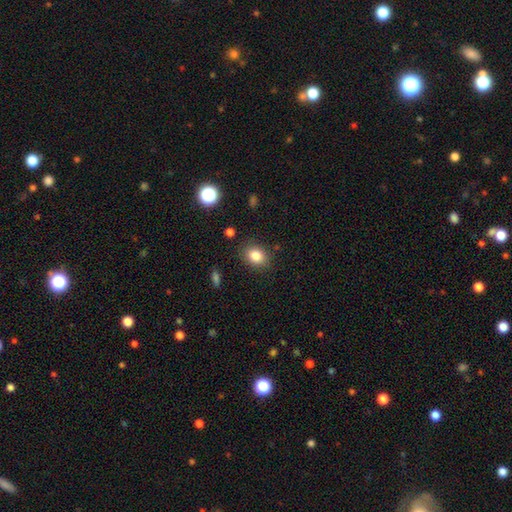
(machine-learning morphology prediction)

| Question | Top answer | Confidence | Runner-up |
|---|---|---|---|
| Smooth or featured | smooth | 83% | star or artifact (10%) |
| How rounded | in between | 57% | round (42%) |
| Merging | none | 85% | minor disturbance (10%) |